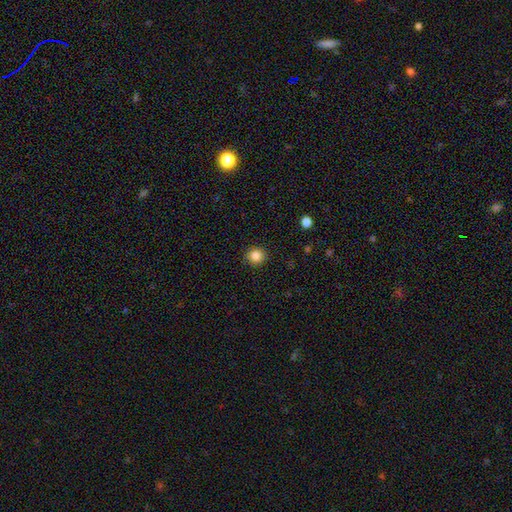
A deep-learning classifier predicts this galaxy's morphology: This is clearly a smooth galaxy (85%). How rounded: clearly round (90%). Merging: clearly none (91%).